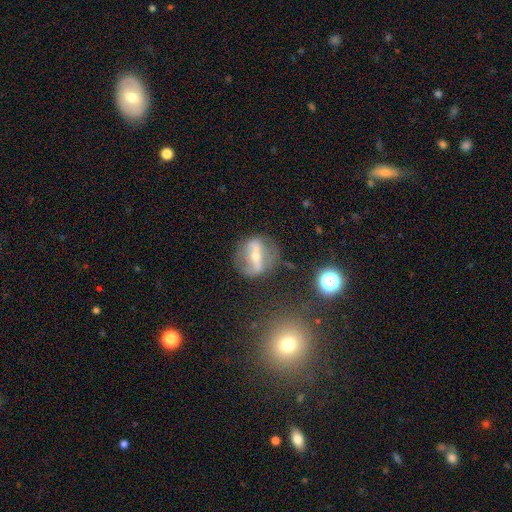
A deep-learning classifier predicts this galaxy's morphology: type=featured or disk (70%); edge-on=no (78%); bar=strong (74%); spiral arms=no (60%); bulge=small (50%); merging=none (66%).